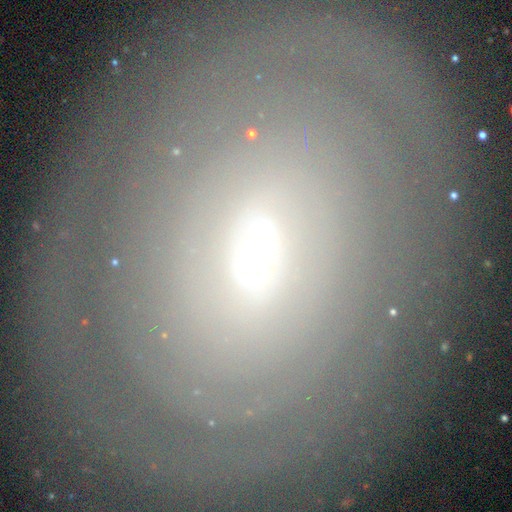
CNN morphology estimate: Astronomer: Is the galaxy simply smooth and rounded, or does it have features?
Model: featured or disk — 78%.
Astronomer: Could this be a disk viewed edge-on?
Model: no — 96%.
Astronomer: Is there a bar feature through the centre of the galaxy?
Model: no — 66%.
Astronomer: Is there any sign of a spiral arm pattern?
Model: yes — 84%.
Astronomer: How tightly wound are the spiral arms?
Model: tight — 79%.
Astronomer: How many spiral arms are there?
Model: can't tell — 37% (runner-up: 2, 36%).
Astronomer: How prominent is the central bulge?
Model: small — 81%.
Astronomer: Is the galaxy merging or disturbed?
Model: none — 74%.